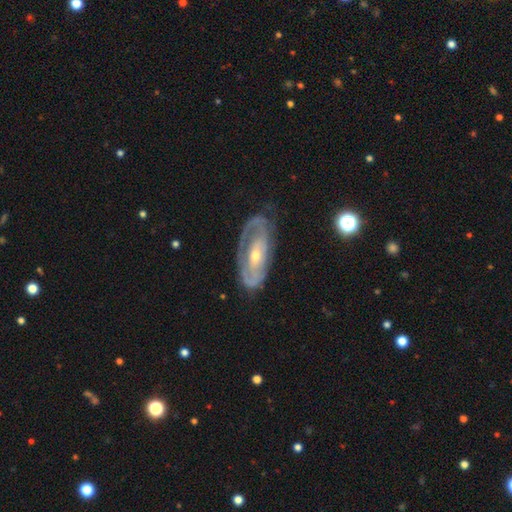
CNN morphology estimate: This is likely a featured or disk galaxy (79%). It is clearly not viewed edge-on (90%). Bar: possibly no (59%). Spiral arm pattern: likely yes (77%). Spiral arm count: possibly 2 (49%). Spiral winding: possibly tight (59%). Central bulge: possibly small (51%). Merging: likely none (73%).